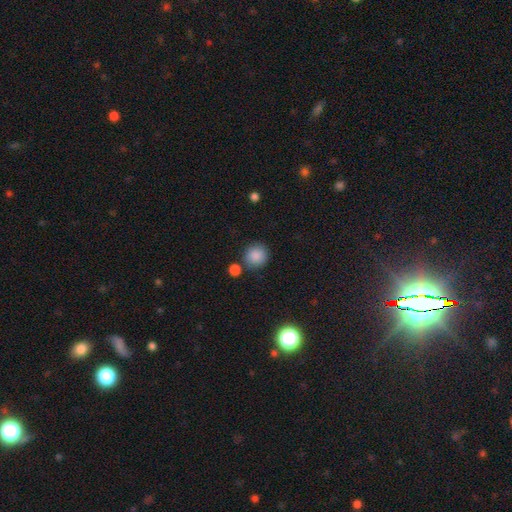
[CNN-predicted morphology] smooth_or_featured: smooth (p=0.87) [alt: star or artifact p=0.09]
how_rounded: round (p=0.90) [alt: in between p=0.09]
merging: none (p=0.79) [alt: minor disturbance p=0.09]